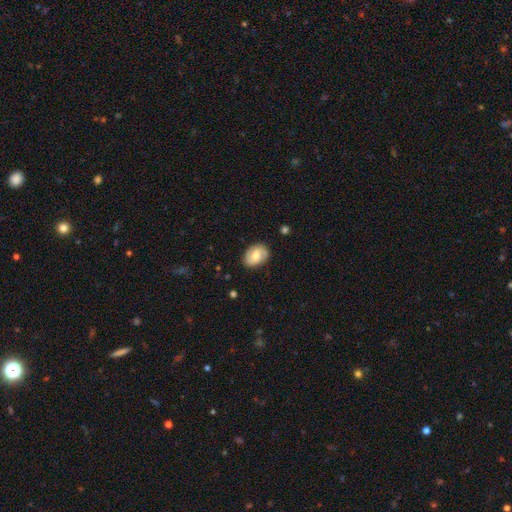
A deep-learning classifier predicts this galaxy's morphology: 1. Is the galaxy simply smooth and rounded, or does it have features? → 47% featured or disk, 46% smooth, 7% star or artifact.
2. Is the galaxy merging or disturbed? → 82% none, 14% minor disturbance, 3% major disturbance, 1% merger.